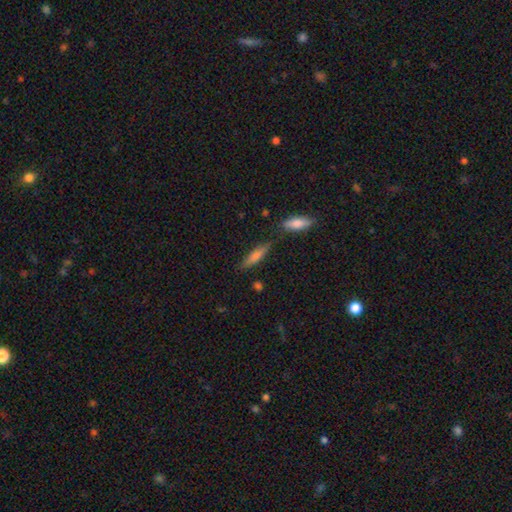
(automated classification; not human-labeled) smooth-or-featured: smooth: 67% | featured or disk: 26% | star or artifact: 7%
  how-rounded: cigar-shaped: 74% | in between: 24% | round: 2%
  merging: none: 77% | minor disturbance: 13% | merger: 7% | major disturbance: 3%